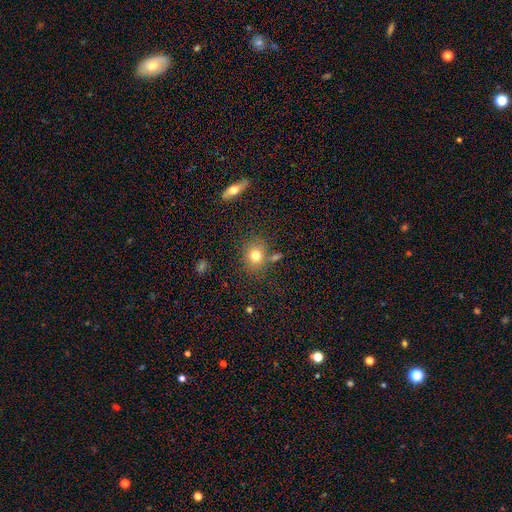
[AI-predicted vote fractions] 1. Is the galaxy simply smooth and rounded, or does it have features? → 75% smooth, 13% star or artifact, 12% featured or disk.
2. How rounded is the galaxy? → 66% round, 33% in between, 1% cigar-shaped.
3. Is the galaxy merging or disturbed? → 74% none, 12% minor disturbance, 10% merger, 4% major disturbance.